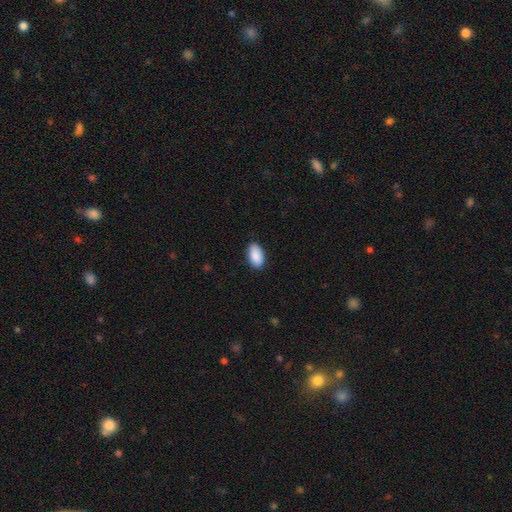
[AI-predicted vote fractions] Morphology: type=smooth (90%); roundness=in between (95%); merging=none (87%).